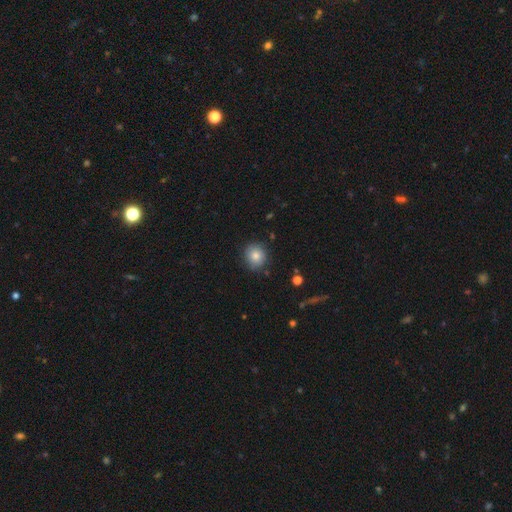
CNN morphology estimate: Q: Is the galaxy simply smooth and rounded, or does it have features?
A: smooth — 83%.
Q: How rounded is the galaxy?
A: round — 86%.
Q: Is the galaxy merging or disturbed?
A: none — 85%.